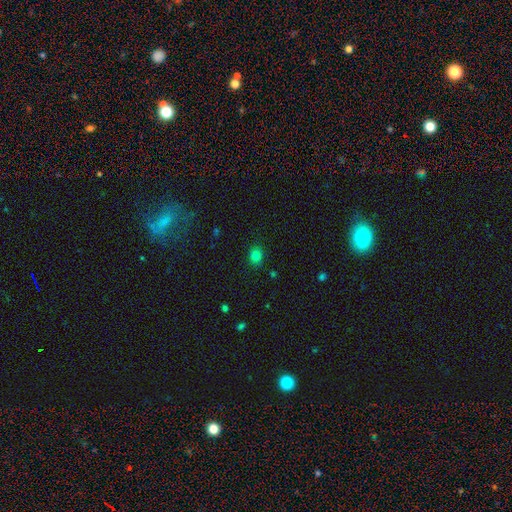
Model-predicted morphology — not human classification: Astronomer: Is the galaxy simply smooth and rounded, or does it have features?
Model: smooth — 80%.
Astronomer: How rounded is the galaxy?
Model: round — 59% (runner-up: in between, 40%).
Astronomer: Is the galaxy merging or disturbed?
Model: none — 88%.